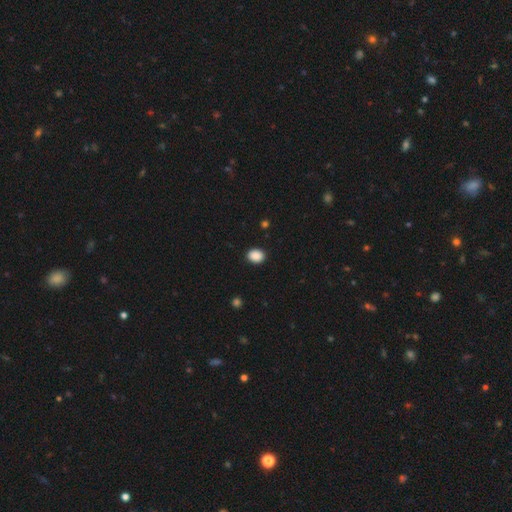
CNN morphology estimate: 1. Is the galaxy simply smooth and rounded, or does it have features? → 89% smooth, 8% star or artifact, 2% featured or disk.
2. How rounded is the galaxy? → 51% in between, 48% round, 1% cigar-shaped.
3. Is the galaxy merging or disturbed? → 90% none, 7% minor disturbance, 2% major disturbance, 1% merger.